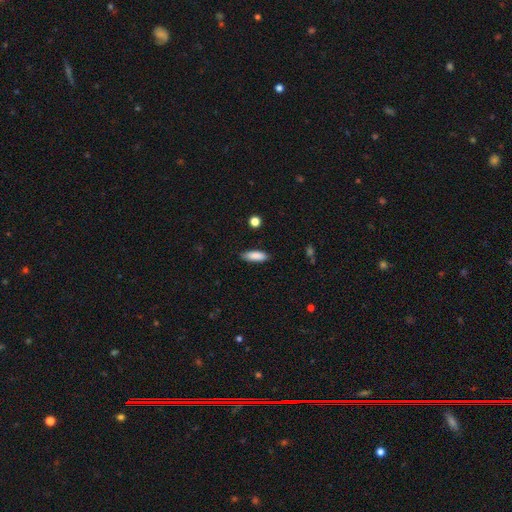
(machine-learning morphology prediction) Q: Smooth or featured?
A: smooth (87%); runner-up: star or artifact (7%)
Q: How rounded?
A: in between (60%); runner-up: cigar-shaped (38%)
Q: Merging?
A: none (83%); runner-up: minor disturbance (13%)